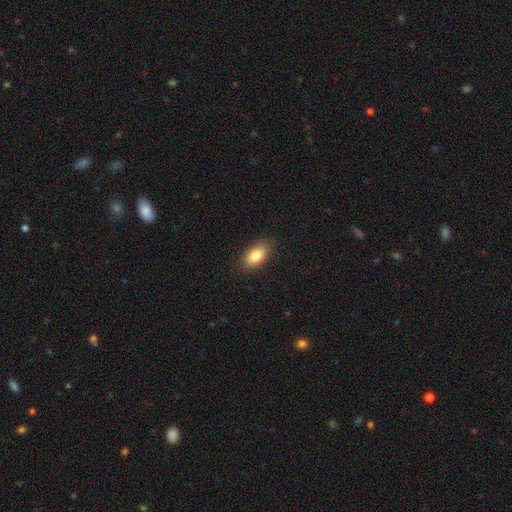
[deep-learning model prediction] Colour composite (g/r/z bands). It shows a smooth galaxy with no disk features (83%) that is in between round and cigar-shaped (92%). Merging: none (87%).